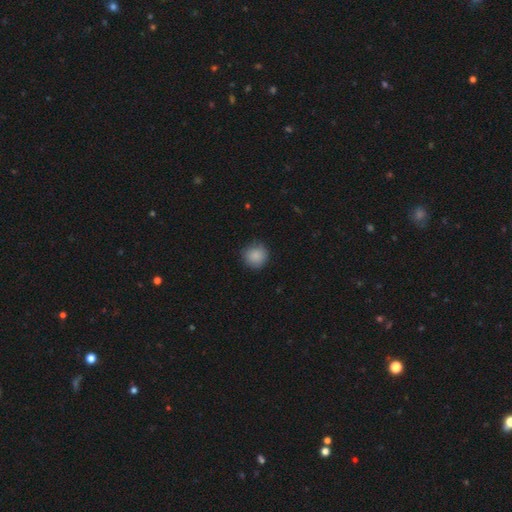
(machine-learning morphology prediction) This appears to be a smooth galaxy with no disk features (88%) that is round (93%). Merging: none (84%).